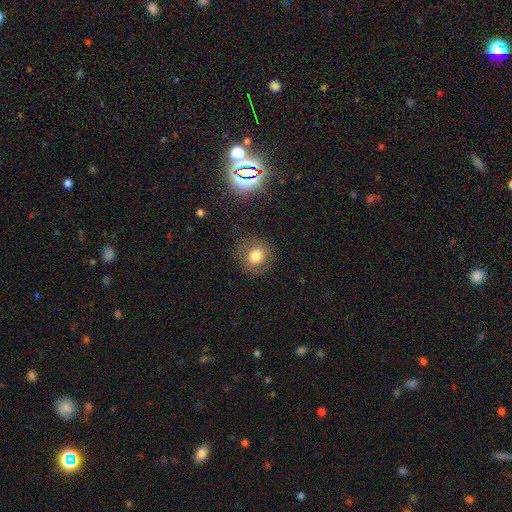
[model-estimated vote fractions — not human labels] Q: Smooth or featured?
A: smooth (72%); runner-up: featured or disk (15%)
Q: How rounded?
A: round (86%); runner-up: in between (13%)
Q: Merging?
A: none (83%); runner-up: minor disturbance (11%)